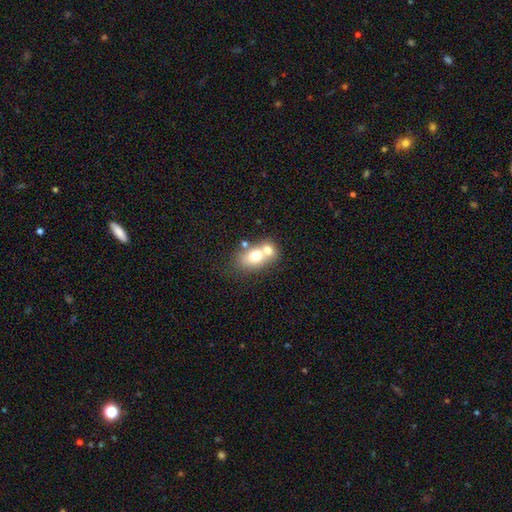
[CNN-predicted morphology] Q: Smooth or featured?
A: smooth (69%); runner-up: featured or disk (22%)
Q: How rounded?
A: in between (67%); runner-up: round (31%)
Q: Merging?
A: merger (62%); runner-up: none (27%)